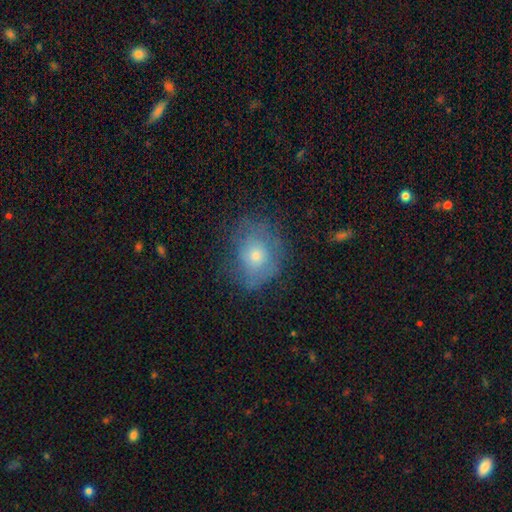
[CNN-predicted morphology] smooth-or-featured: smooth: 48% | featured or disk: 31% | star or artifact: 21%
  merging: none: 77% | minor disturbance: 16% | major disturbance: 6% | merger: 1%